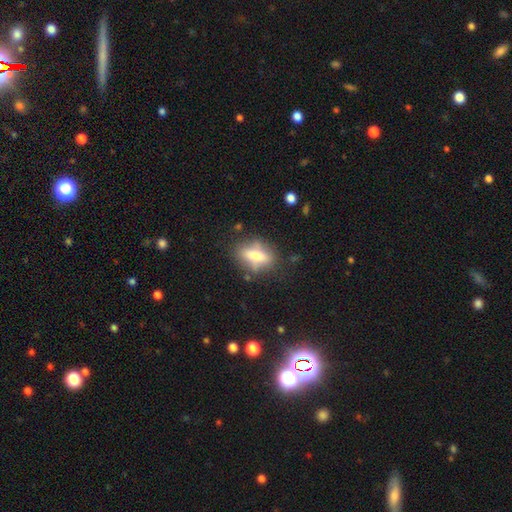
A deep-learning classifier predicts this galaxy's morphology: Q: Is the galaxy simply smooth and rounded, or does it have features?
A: smooth — 57%.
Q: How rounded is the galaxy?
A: in between — 67%.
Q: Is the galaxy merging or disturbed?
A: none — 74%.